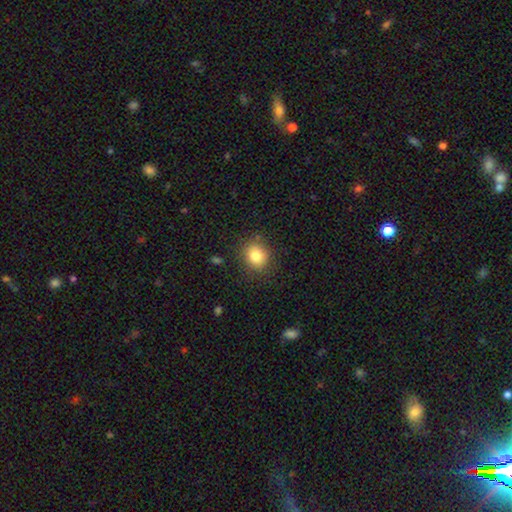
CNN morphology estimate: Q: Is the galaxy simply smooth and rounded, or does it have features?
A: smooth — 81%.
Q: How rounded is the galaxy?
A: round — 78%.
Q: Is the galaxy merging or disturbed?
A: none — 84%.